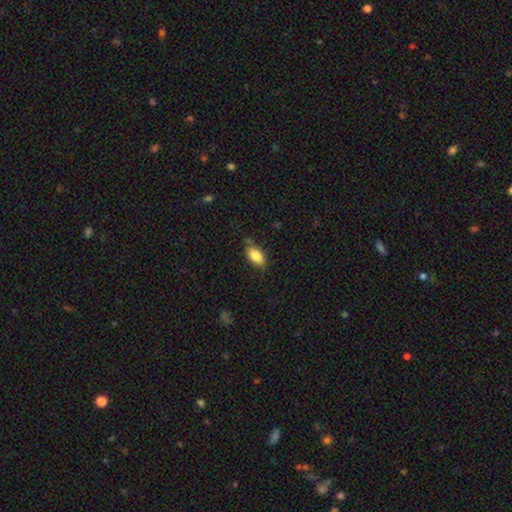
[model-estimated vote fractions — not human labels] Smooth or featured? Predicted: smooth (p=0.84). How rounded? Predicted: in between (p=0.90). Merging? Predicted: none (p=0.76).